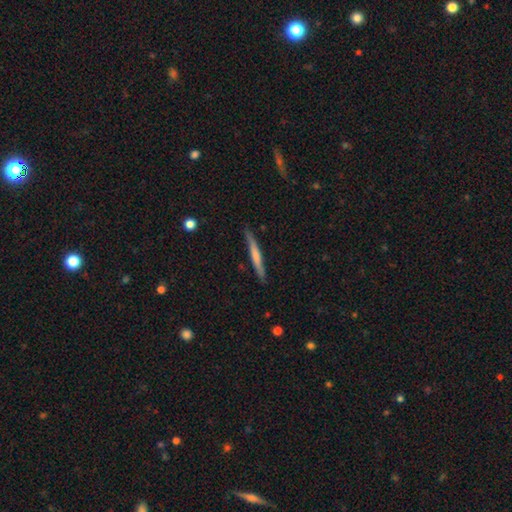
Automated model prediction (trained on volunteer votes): smooth_or_featured: smooth (p=0.54) [alt: featured or disk p=0.41]
how_rounded: cigar-shaped (p=0.96) [alt: in between p=0.03]
merging: none (p=0.86) [alt: minor disturbance p=0.11]